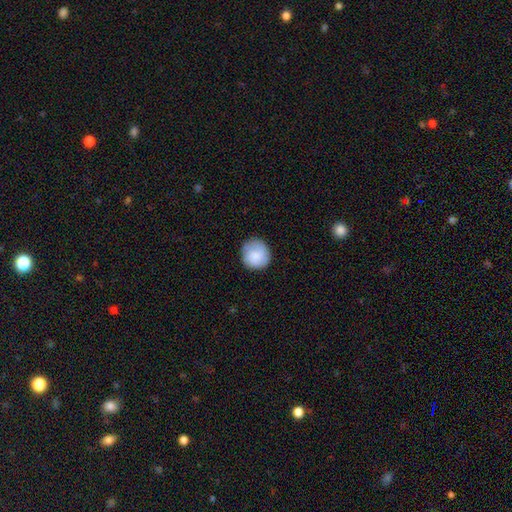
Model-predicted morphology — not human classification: Smooth or featured? Predicted: smooth (p=0.81). How rounded? Predicted: round (p=0.91). Merging? Predicted: none (p=0.79).